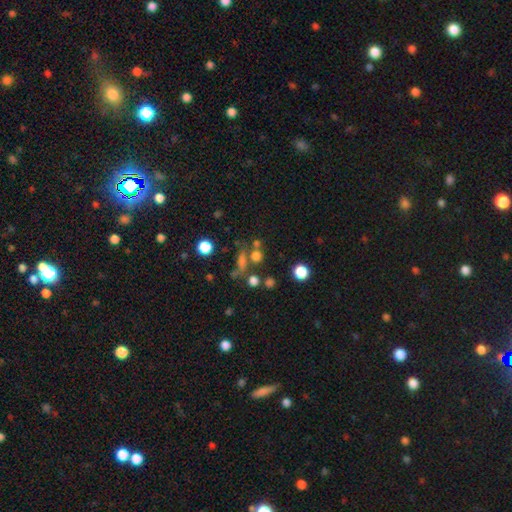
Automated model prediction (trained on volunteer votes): smooth 65%, star or artifact 24%, featured or disk 12%. Down the decision tree: how rounded — round (70%); merging — none (57%).